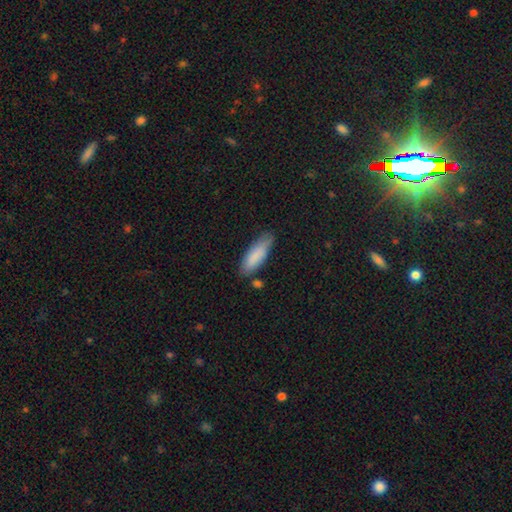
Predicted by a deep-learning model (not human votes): Overall: smooth (84%). How rounded: in between (55%; cigar-shaped 44%). Merging: none (69%).